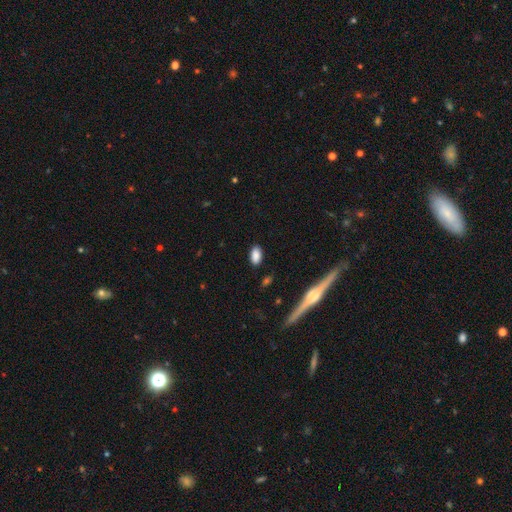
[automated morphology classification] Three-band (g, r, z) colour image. It shows a smooth galaxy with no disk features (86%) that is in between round and cigar-shaped (91%). Merging: none (85%).